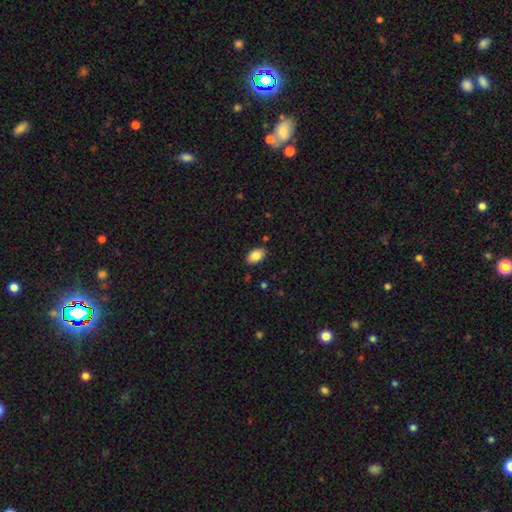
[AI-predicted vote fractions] Smooth or featured?
  - smooth: 84% *
  - featured or disk: 9%
  - star or artifact: 7%
How rounded?
  - in between: 91% *
  - round: 8%
  - cigar-shaped: 1%
Merging?
  - none: 87% *
  - minor disturbance: 9%
  - major disturbance: 2%
  - merger: 1%